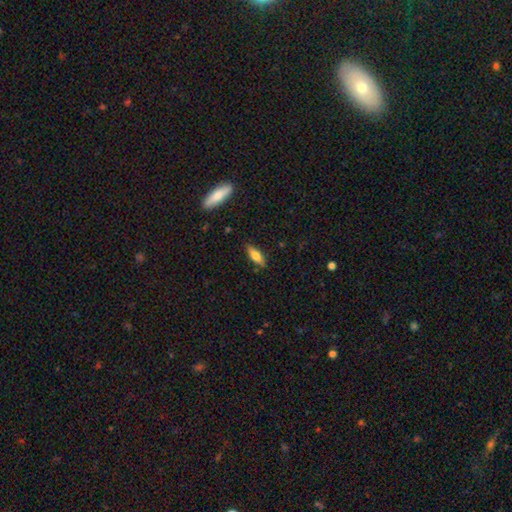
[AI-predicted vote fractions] Smooth or featured? Predicted: smooth (p=0.65). How rounded? Predicted: in between (p=0.56). Merging? Predicted: none (p=0.85).